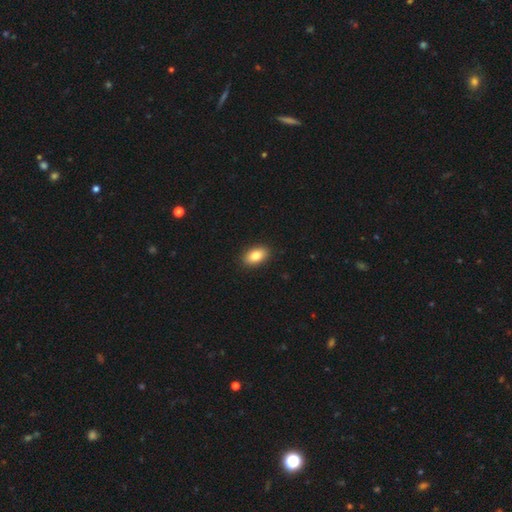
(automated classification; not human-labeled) smooth 84%, featured or disk 8%, star or artifact 7%. Down the decision tree: how rounded — in between (91%); merging — none (90%).